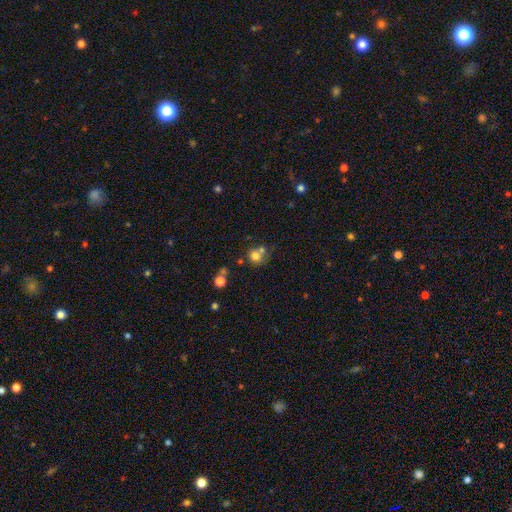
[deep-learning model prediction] Smooth or featured? smooth (72%)
How rounded? round (78%)
Merging? none (42%)